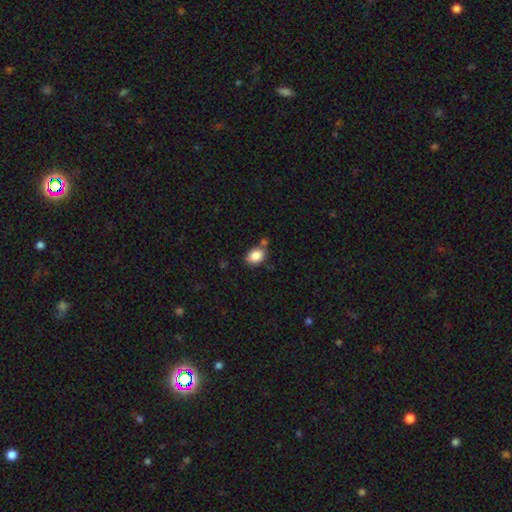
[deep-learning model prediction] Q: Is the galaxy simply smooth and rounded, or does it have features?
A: smooth — 86%.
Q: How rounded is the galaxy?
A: in between — 70%.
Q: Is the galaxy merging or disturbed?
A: none — 62%.